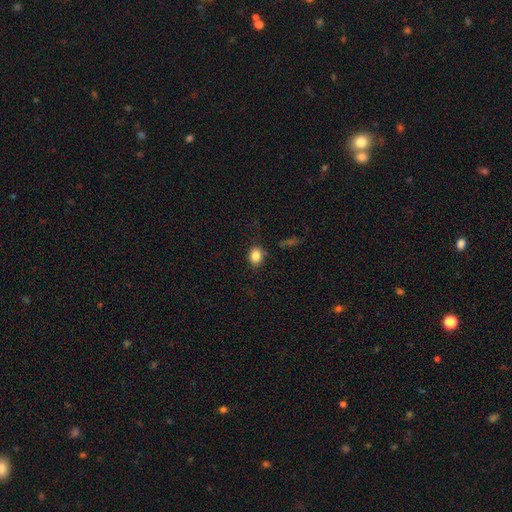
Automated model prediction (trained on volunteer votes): A smooth galaxy with no disk features (84%) that is in between round and cigar-shaped (53%). Merging: none (83%).